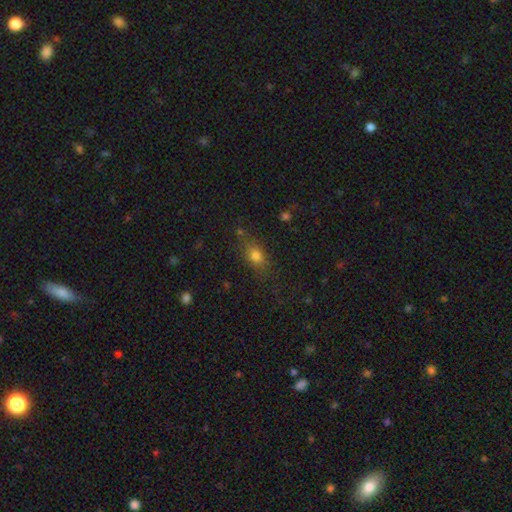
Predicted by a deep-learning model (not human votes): Smooth or featured? Predicted: smooth (p=0.74). How rounded? Predicted: in between (p=0.64). Merging? Predicted: none (p=0.72).